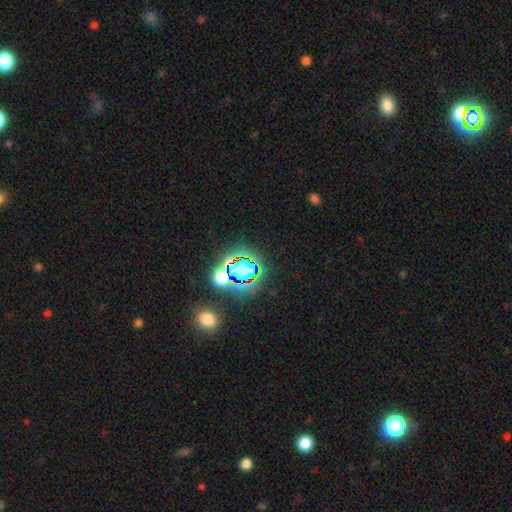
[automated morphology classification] Q: Smooth or featured?
A: star or artifact (81%); runner-up: smooth (12%)